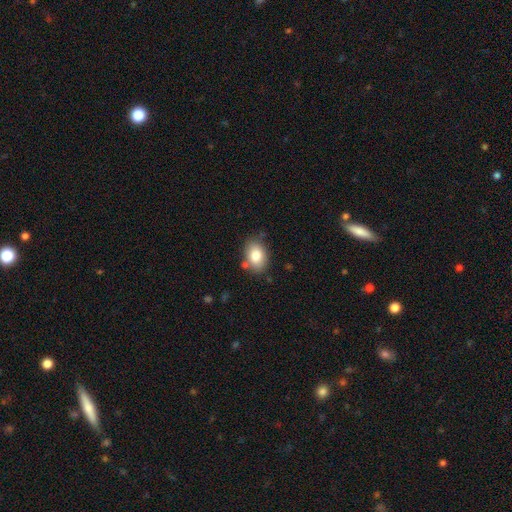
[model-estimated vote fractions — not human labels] Smooth or featured? Predicted: smooth (p=0.82). How rounded? Predicted: in between (p=0.76). Merging? Predicted: none (p=0.75).